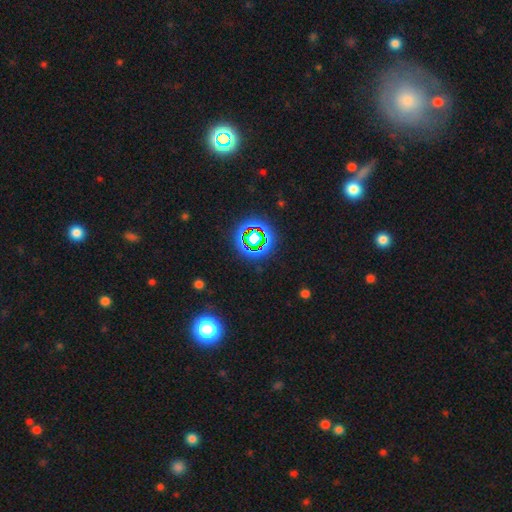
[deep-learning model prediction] Smooth or featured: star or artifact — 62% (smooth — 27%)